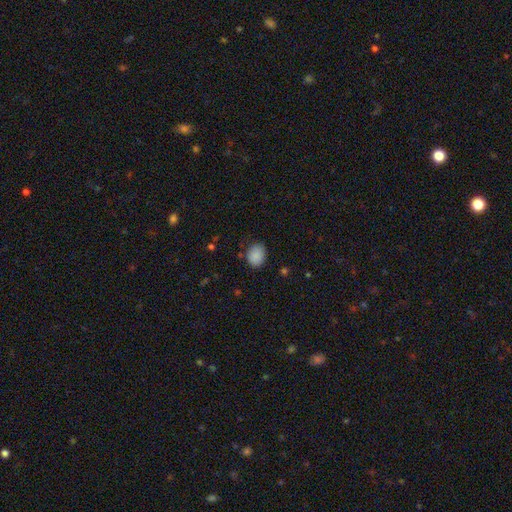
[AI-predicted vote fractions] Overall: smooth (88%). How rounded: round (52%; in between 47%). Merging: none (82%).